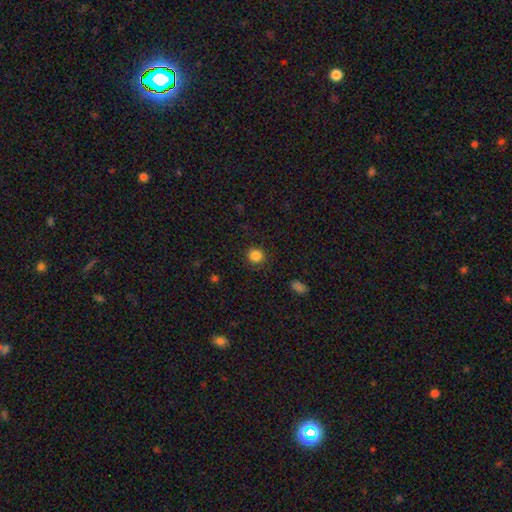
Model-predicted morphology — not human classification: smooth-or-featured: smooth: 85% | star or artifact: 11% | featured or disk: 4%
  how-rounded: round: 92% | in between: 7% | cigar-shaped: 1%
  merging: none: 89% | minor disturbance: 8% | major disturbance: 3% | merger: 1%